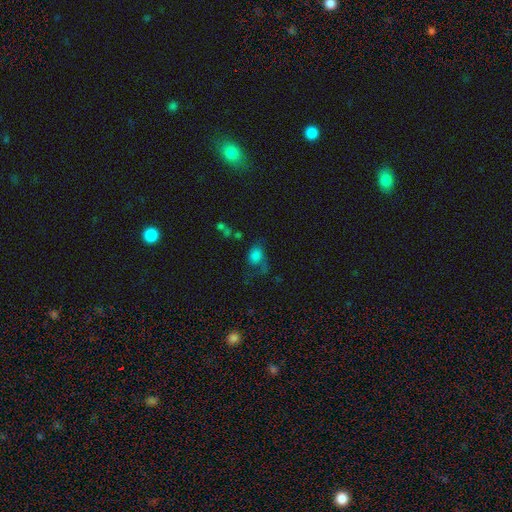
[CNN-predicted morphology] The model was most divided on "merging": major disturbance: 41%, none: 30%, minor disturbance: 22%, merger: 7%. More confident: smooth or featured — smooth (65%); how rounded — in between (62%).